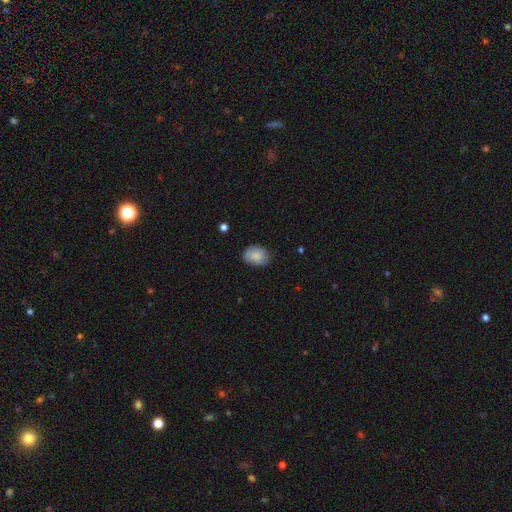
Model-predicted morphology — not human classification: Q: Smooth or featured?
A: smooth (85%); runner-up: featured or disk (8%)
Q: How rounded?
A: in between (66%); runner-up: round (33%)
Q: Merging?
A: none (74%); runner-up: minor disturbance (21%)